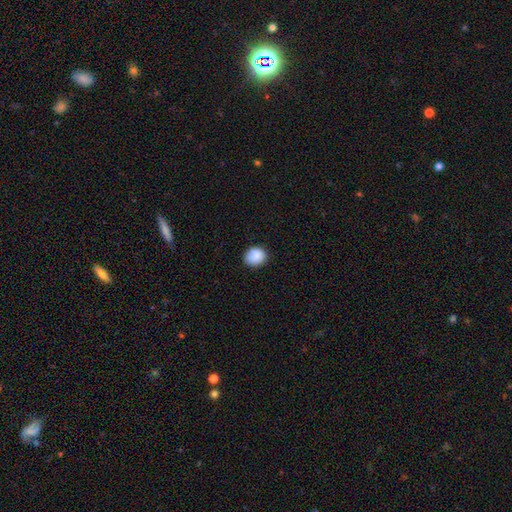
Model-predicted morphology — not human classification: A smooth galaxy with no disk features (86%) that is round (70%). Merging: none (79%).